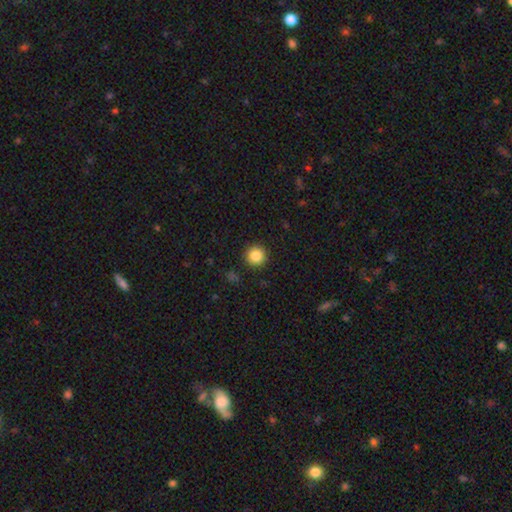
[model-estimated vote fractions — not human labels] A smooth galaxy with no disk features (86%) that is round (95%).

Vote fractions:
- Smooth or featured? smooth: 86% / star or artifact: 10% / featured or disk: 4%
- How rounded? round: 95% / in between: 4% / cigar-shaped: 1%
- Merging? none: 91% / minor disturbance: 6% / major disturbance: 2% / merger: 1%